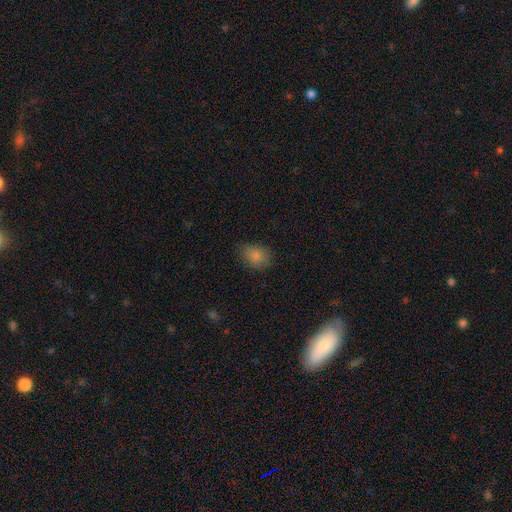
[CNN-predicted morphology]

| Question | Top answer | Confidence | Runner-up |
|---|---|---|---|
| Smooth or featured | smooth | 84% | star or artifact (10%) |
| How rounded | in between | 56% | round (43%) |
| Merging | none | 78% | minor disturbance (17%) |